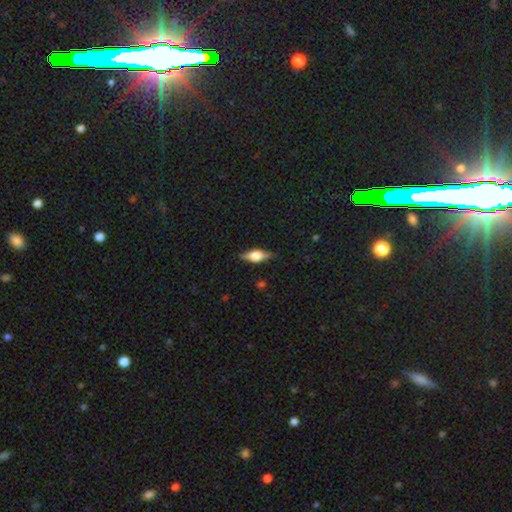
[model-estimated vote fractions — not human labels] Smooth or featured?
  - featured or disk: 47% *
  - smooth: 45%
  - star or artifact: 7%
Merging?
  - none: 85% *
  - minor disturbance: 12%
  - major disturbance: 3%
  - merger: 1%